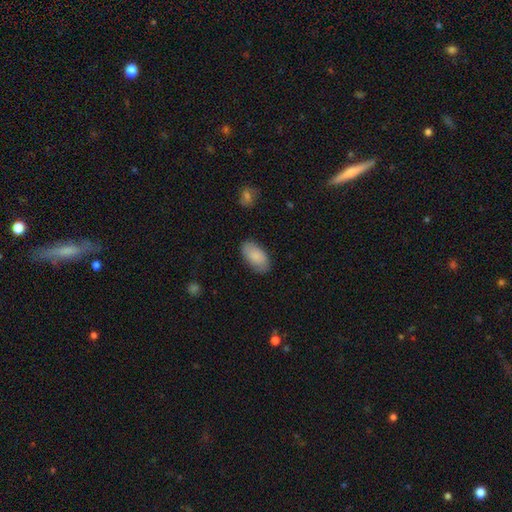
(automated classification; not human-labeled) smooth 86%, featured or disk 8%, star or artifact 6%. Down the decision tree: how rounded — in between (95%); merging — none (83%).